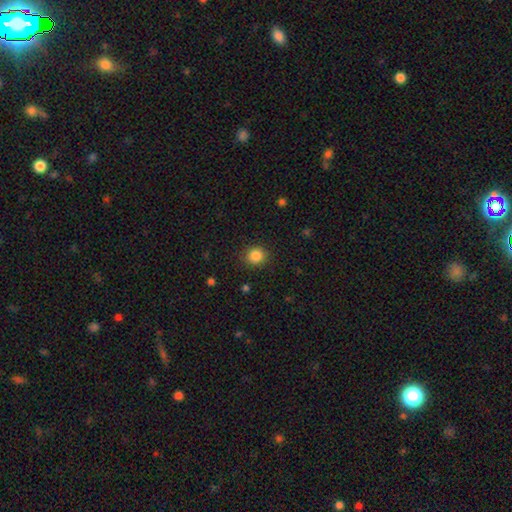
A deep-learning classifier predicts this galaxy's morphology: Overall: smooth (85%). How rounded: round (86%). Merging: none (89%).